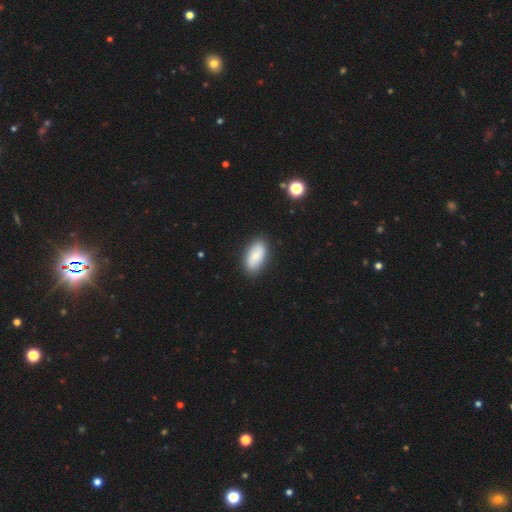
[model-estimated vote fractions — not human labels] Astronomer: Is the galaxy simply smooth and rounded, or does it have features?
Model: smooth — 80%.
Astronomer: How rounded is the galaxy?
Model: in between — 92%.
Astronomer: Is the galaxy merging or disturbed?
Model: none — 87%.